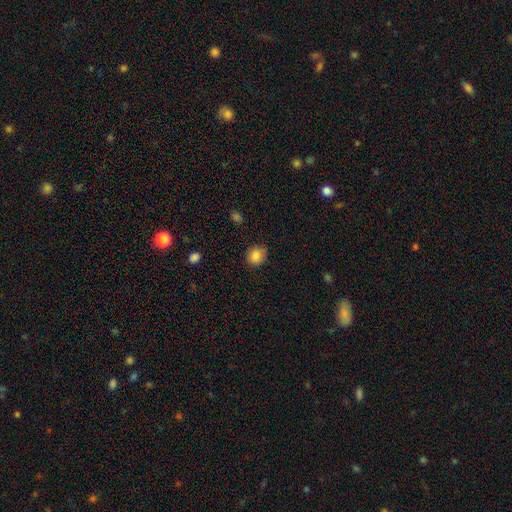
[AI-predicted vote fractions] Overall: smooth (85%). How rounded: round (72%). Merging: none (81%).